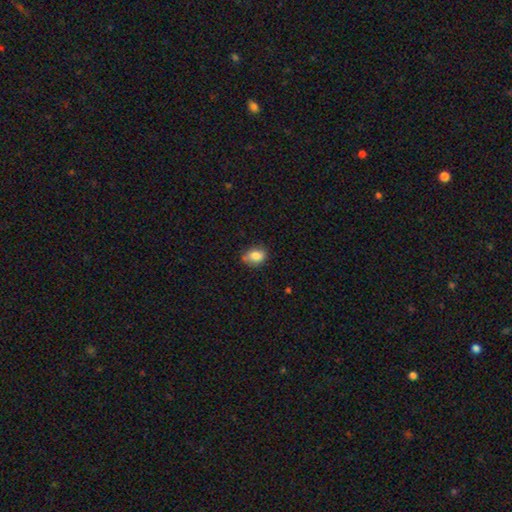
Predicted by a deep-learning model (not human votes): Morphology: type=smooth (83%); roundness=in between (68%); merging=none (67%).